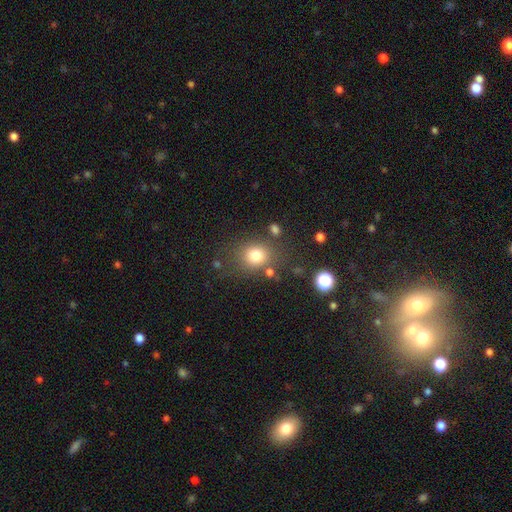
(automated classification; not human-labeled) Smooth or featured? Predicted: smooth (p=0.78). How rounded? Predicted: round (p=0.71). Merging? Predicted: none (p=0.75).